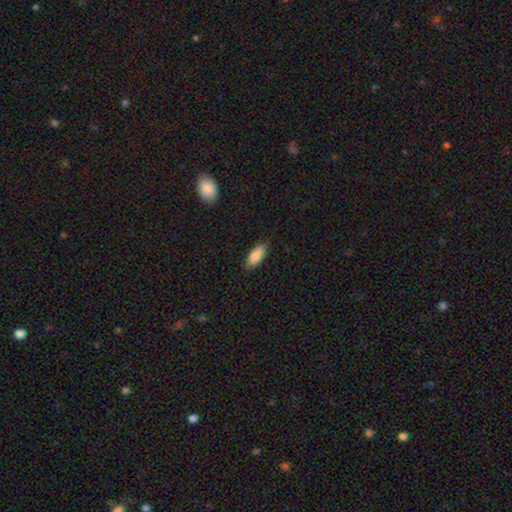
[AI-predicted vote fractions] Q: Smooth or featured?
A: smooth (88%); runner-up: star or artifact (6%)
Q: How rounded?
A: in between (83%); runner-up: cigar-shaped (16%)
Q: Merging?
A: none (82%); runner-up: minor disturbance (15%)